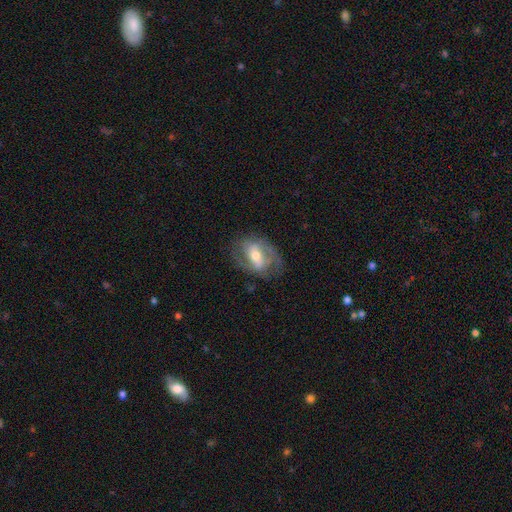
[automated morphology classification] A featured or disk galaxy (69%) with a strong bar (43%), spiral arms (72%) and a moderate central bulge (64%).

Vote fractions:
- Smooth or featured? featured or disk: 69% / smooth: 25% / star or artifact: 7%
- Edge-on disk? no: 93% / yes: 7%
- Bar? strong: 43% / weak: 37% / no: 20%
- Spiral arms? yes: 72% / no: 28%
- Bulge size? moderate: 64% / small: 26% / large: 7% / none: 1% / dominant: 1%
- Merging? none: 68% / minor disturbance: 19% / major disturbance: 12% / merger: 1%